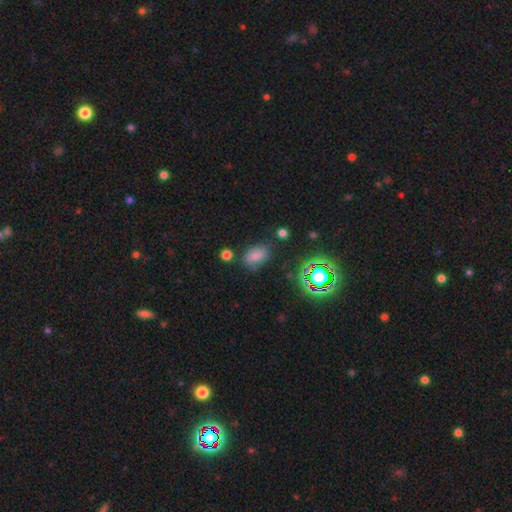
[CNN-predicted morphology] The model was most divided on "merging": none: 67%, minor disturbance: 22%, major disturbance: 7%, merger: 5%. More confident: how rounded — in between (87%); smooth or featured — smooth (74%).